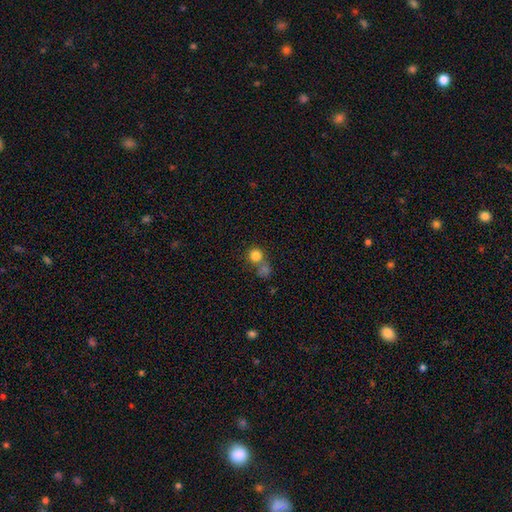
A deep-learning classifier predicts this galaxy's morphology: The model was most divided on "merging": none: 50%, merger: 37%, minor disturbance: 8%, major disturbance: 5%. More confident: how rounded — round (90%); smooth or featured — smooth (80%).